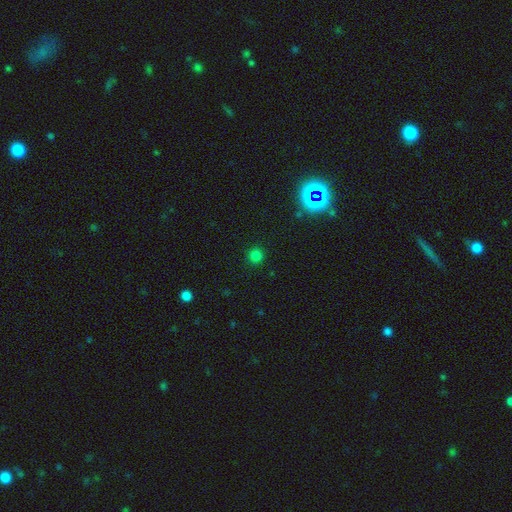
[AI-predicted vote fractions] Smooth or featured?
  - smooth: 76% *
  - star or artifact: 20%
  - featured or disk: 4%
How rounded?
  - round: 93% *
  - in between: 6%
  - cigar-shaped: 1%
Merging?
  - none: 90% *
  - minor disturbance: 6%
  - major disturbance: 2%
  - merger: 1%